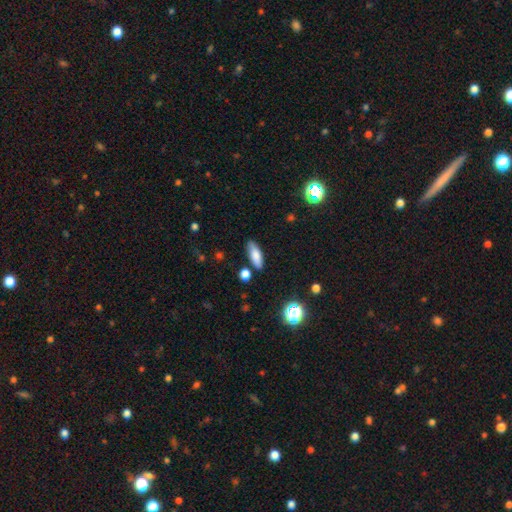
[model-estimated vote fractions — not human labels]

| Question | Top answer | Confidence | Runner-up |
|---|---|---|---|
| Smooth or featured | smooth | 80% | featured or disk (11%) |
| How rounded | in between | 65% | cigar-shaped (32%) |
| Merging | none | 80% | minor disturbance (13%) |